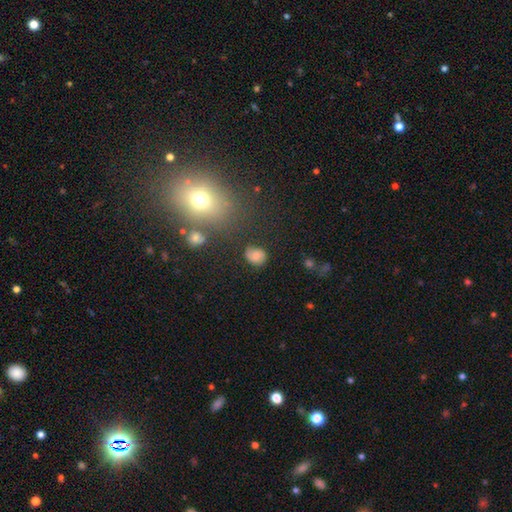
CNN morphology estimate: type=smooth (70%); roundness=round (61%); merging=none (70%).